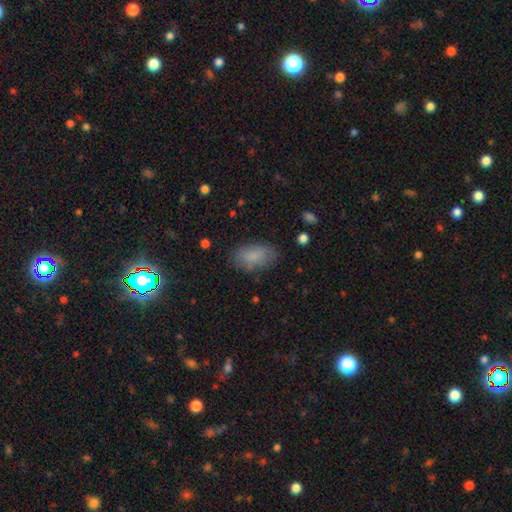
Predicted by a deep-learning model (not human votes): This appears to be a smooth galaxy with no disk features (81%) that is in between round and cigar-shaped (93%). Merging: none (77%).